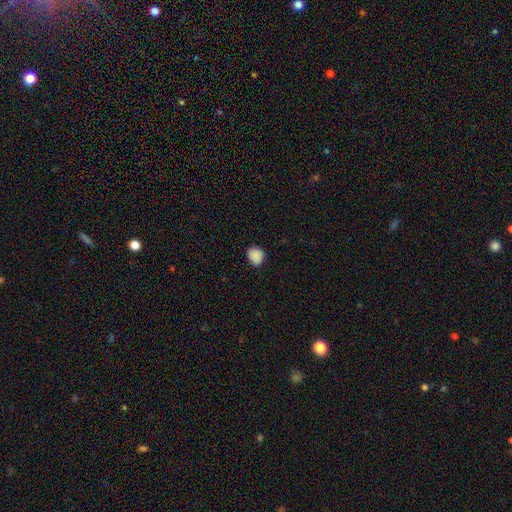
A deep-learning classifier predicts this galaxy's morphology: smooth 88%, star or artifact 9%, featured or disk 3%. Down the decision tree: how rounded — round (70%); merging — none (80%).